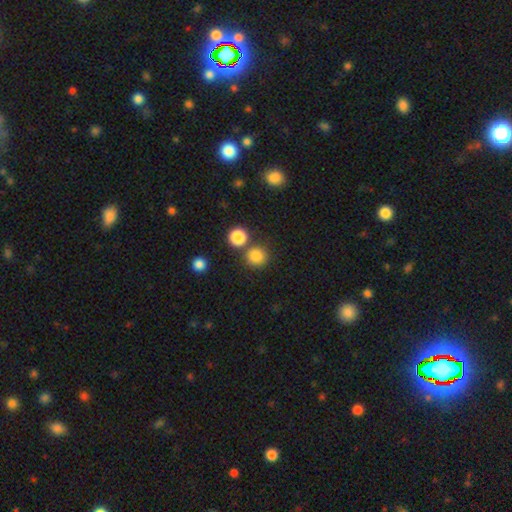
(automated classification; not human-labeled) Q: Smooth or featured?
A: smooth (83%); runner-up: star or artifact (13%)
Q: How rounded?
A: round (90%); runner-up: in between (9%)
Q: Merging?
A: none (73%); runner-up: merger (15%)